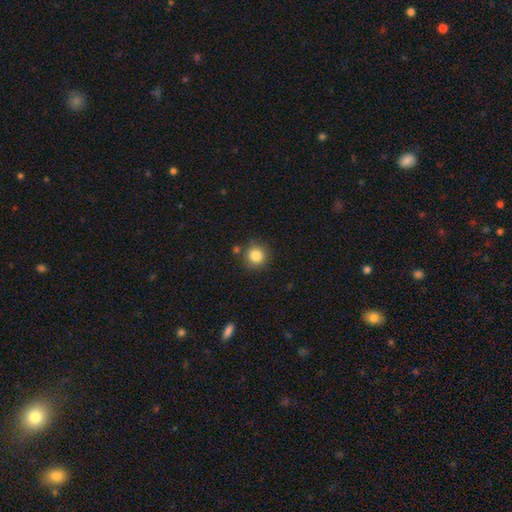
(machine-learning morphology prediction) The model was most divided on "smooth or featured": smooth: 84%, star or artifact: 10%, featured or disk: 5%. More confident: how rounded — round (93%); merging — none (84%).